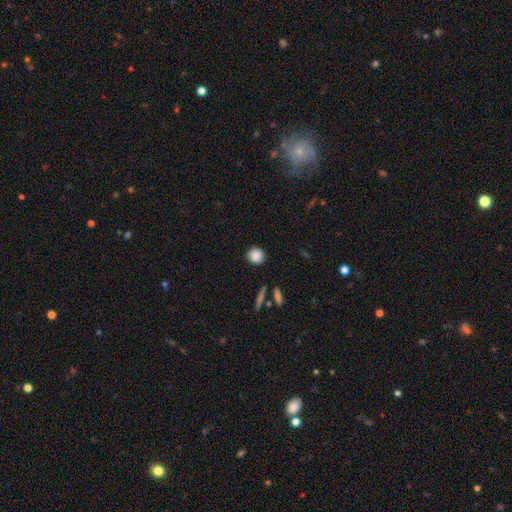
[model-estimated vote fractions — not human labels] smooth_or_featured: smooth (p=0.87) [alt: star or artifact p=0.08]
how_rounded: round (p=0.82) [alt: in between p=0.16]
merging: none (p=0.88) [alt: minor disturbance p=0.08]